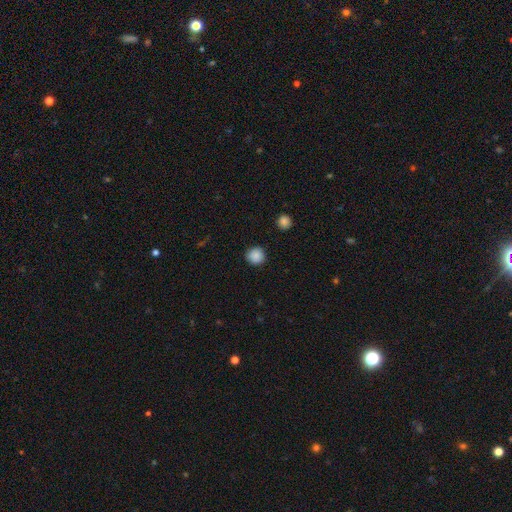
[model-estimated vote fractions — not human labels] A smooth galaxy with no disk features (88%) that is round (94%).

Vote fractions:
- Smooth or featured? smooth: 88% / star or artifact: 9% / featured or disk: 3%
- How rounded? round: 94% / in between: 5% / cigar-shaped: 1%
- Merging? none: 90% / minor disturbance: 7% / major disturbance: 2% / merger: 1%